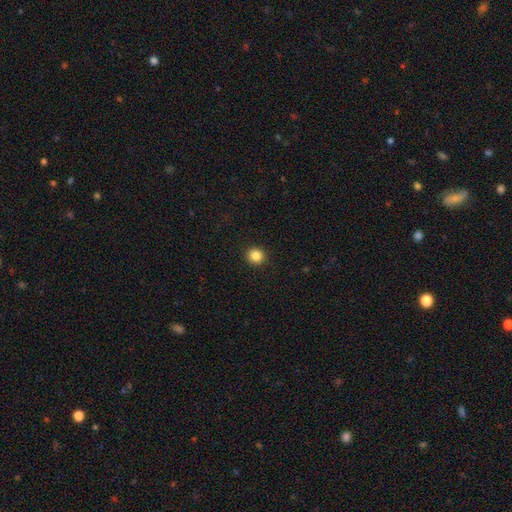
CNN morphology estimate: Smooth or featured: smooth — 86% (star or artifact — 11%)
How rounded: round — 92% (in between — 7%)
Merging: none — 93% (minor disturbance — 4%)